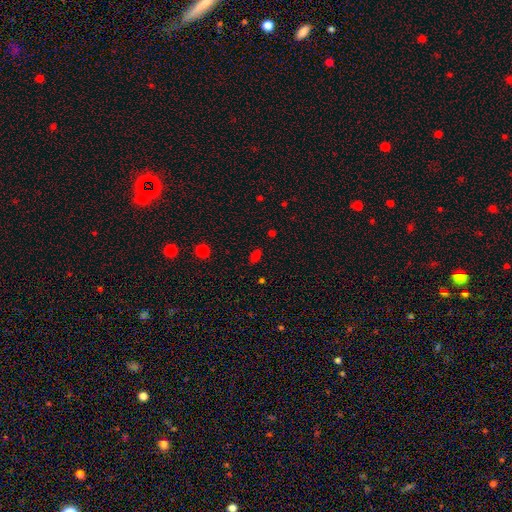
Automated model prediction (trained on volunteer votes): Q: Smooth or featured?
A: smooth (72%); runner-up: star or artifact (23%)
Q: How rounded?
A: in between (85%); runner-up: round (8%)
Q: Merging?
A: none (84%); runner-up: minor disturbance (11%)